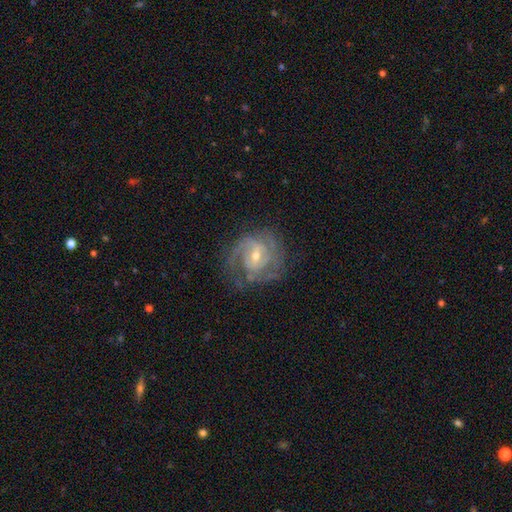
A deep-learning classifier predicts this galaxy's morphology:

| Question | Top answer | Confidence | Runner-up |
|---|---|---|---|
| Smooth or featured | featured or disk | 86% | smooth (9%) |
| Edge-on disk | no | 98% | yes (2%) |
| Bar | weak | 48% | no (39%) |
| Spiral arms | yes | 94% | no (6%) |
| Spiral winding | tight | 53% | medium (37%) |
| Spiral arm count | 2 | 36% | can't tell (26%) |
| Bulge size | small | 50% | moderate (46%) |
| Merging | none | 67% | minor disturbance (20%) |